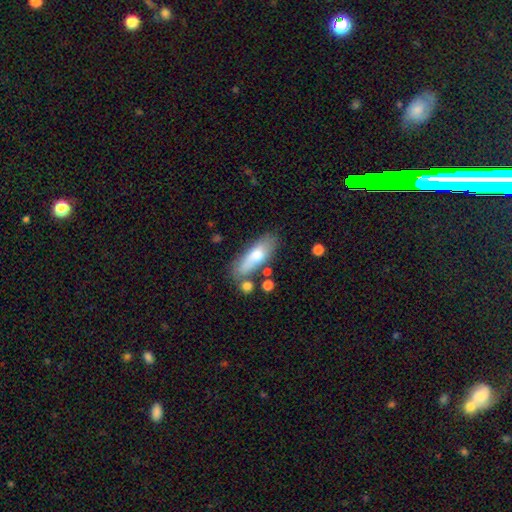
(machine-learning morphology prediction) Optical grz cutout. It shows a smooth galaxy with no disk features (69%) that is in between round and cigar-shaped (59%). Merging: none (60%).